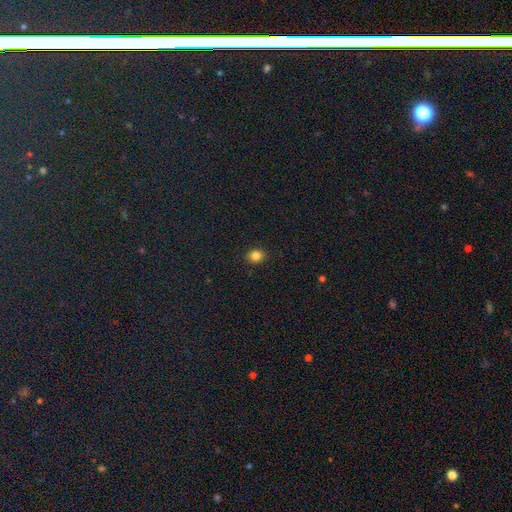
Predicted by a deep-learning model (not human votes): smooth_or_featured: smooth (p=0.83) [alt: star or artifact p=0.12]
how_rounded: round (p=0.61) [alt: in between p=0.38]
merging: none (p=0.89) [alt: minor disturbance p=0.08]